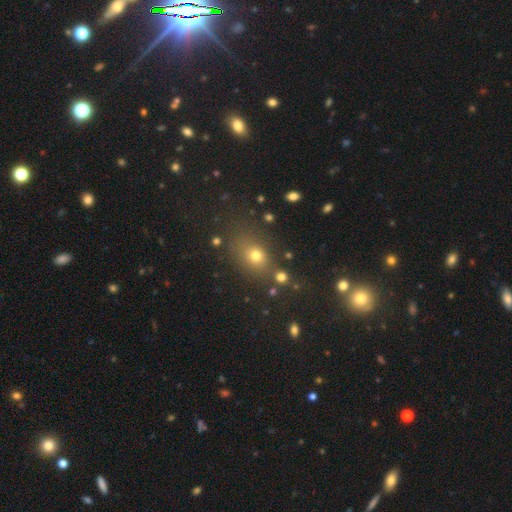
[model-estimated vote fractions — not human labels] Morphology: type=smooth (69%); roundness=in between (52%); merging=none (71%).